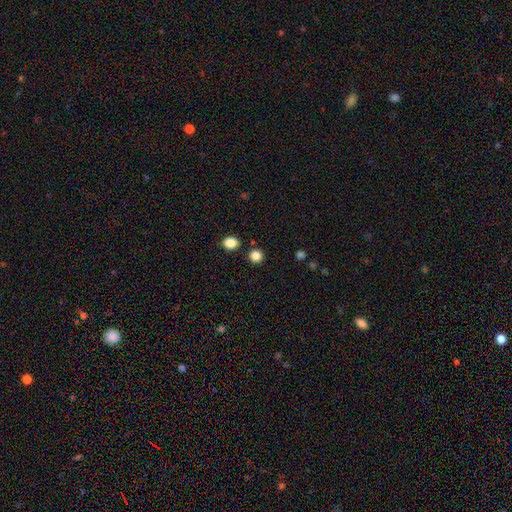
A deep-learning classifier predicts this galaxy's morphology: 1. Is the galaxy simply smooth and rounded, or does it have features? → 85% smooth, 12% star or artifact, 4% featured or disk.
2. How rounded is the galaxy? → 89% round, 10% in between, 1% cigar-shaped.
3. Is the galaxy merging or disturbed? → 85% none, 7% merger, 6% minor disturbance, 2% major disturbance.